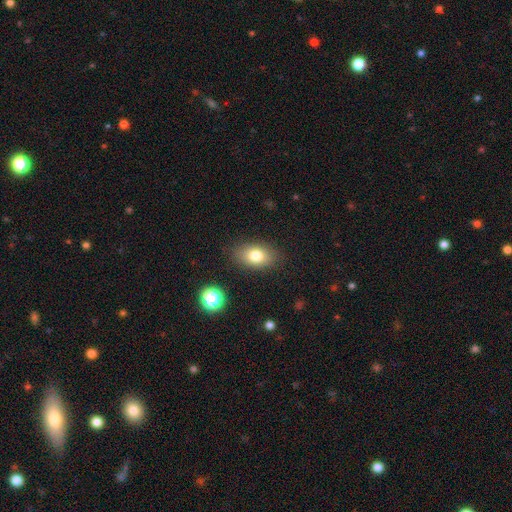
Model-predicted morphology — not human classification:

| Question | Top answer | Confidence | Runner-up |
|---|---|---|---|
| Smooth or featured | smooth | 78% | featured or disk (11%) |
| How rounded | in between | 85% | round (13%) |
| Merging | none | 84% | minor disturbance (11%) |